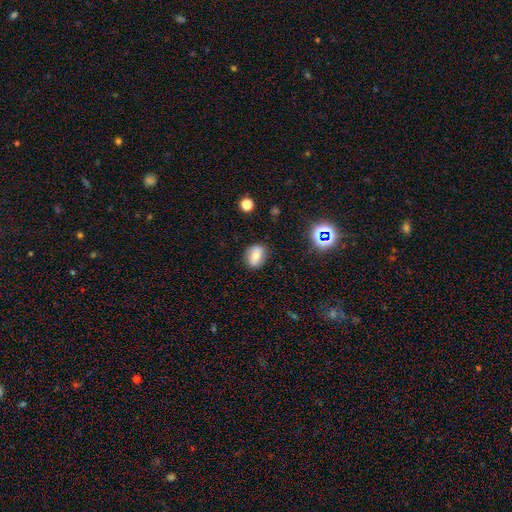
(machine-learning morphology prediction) smooth-or-featured: smooth: 62% | featured or disk: 25% | star or artifact: 13%
  how-rounded: in between: 53% | round: 46% | cigar-shaped: 2%
  merging: none: 84% | minor disturbance: 11% | major disturbance: 3% | merger: 2%